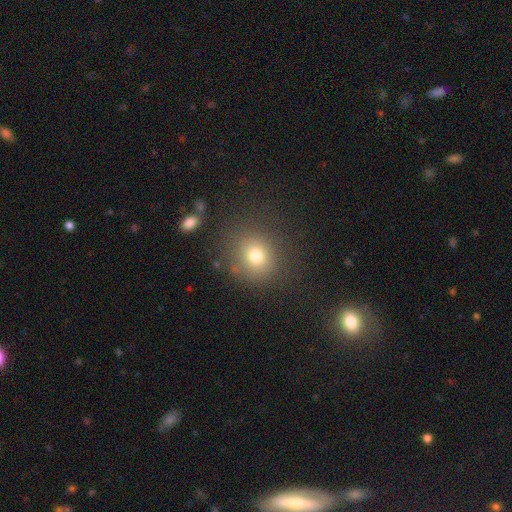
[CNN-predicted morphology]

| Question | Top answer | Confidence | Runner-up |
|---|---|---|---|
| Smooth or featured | smooth | 76% | star or artifact (14%) |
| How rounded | round | 80% | in between (19%) |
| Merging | none | 81% | minor disturbance (11%) |